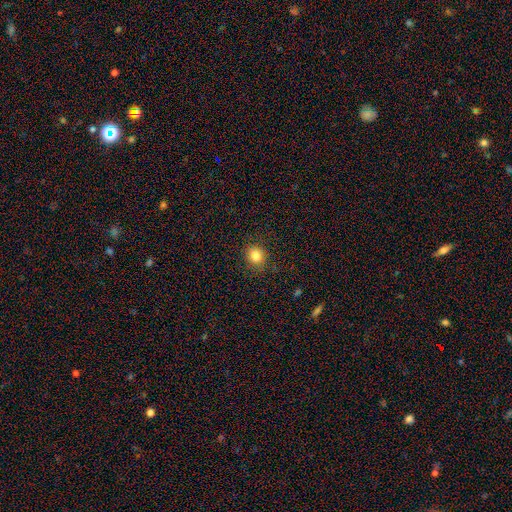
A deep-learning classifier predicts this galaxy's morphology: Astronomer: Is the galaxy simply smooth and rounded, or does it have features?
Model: smooth — 83%.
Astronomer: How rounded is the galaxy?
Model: round — 81%.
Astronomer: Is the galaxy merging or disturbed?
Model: none — 87%.